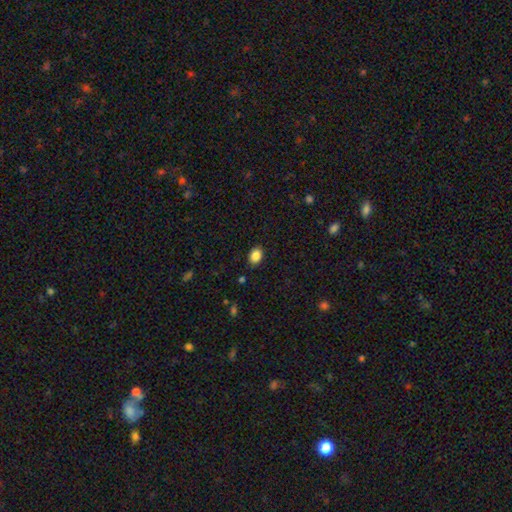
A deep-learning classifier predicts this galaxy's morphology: Smooth or featured? smooth (87%)
How rounded? in between (70%)
Merging? none (88%)